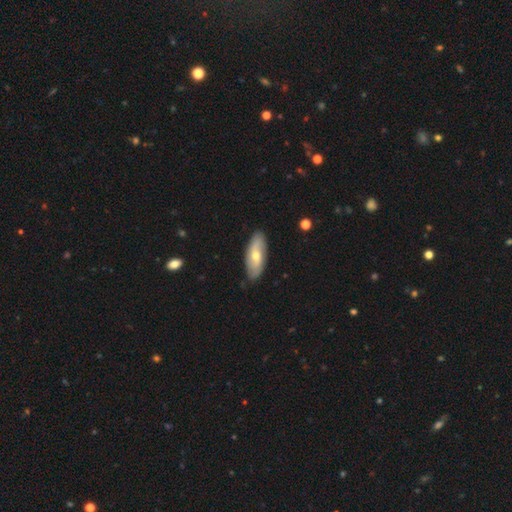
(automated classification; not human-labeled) Overall: smooth (48%; featured or disk 47%). Merging: none (85%).